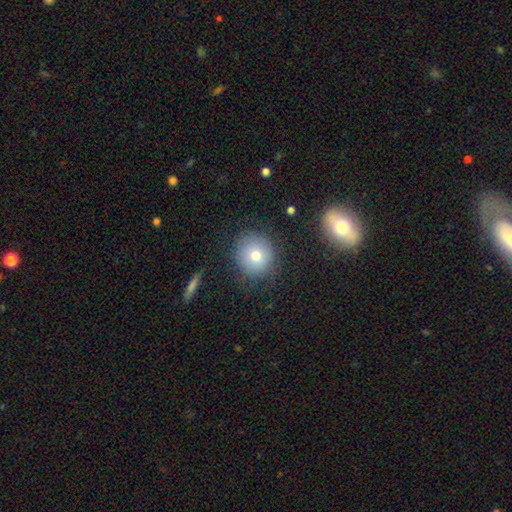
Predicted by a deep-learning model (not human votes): This appears to be a smooth galaxy with no disk features (75%) that is round (87%). Merging: none (84%).